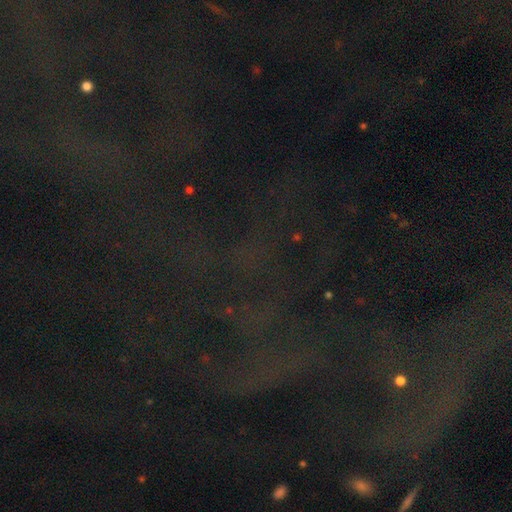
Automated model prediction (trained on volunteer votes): A star or artifact, not a galaxy (76%).